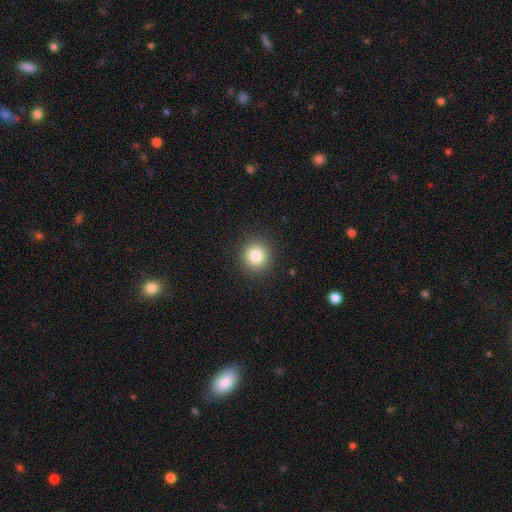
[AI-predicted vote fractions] Morphology: type=smooth (84%); roundness=round (91%); merging=none (91%).